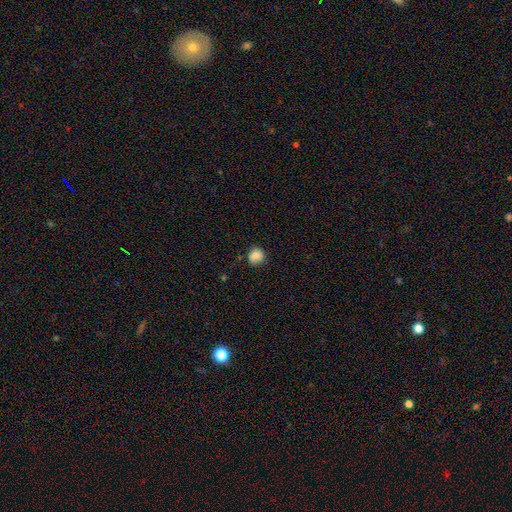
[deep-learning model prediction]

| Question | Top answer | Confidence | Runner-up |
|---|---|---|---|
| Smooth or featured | smooth | 82% | star or artifact (9%) |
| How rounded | round | 76% | in between (23%) |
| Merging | none | 63% | minor disturbance (27%) |